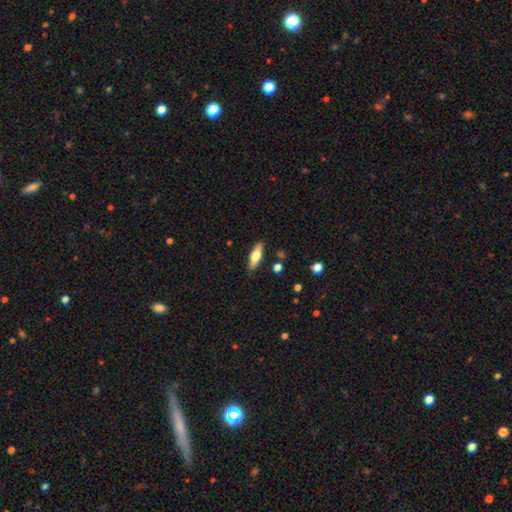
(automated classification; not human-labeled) Smooth or featured? Predicted: featured or disk (p=0.47, tied with smooth). Merging? Predicted: none (p=0.87).